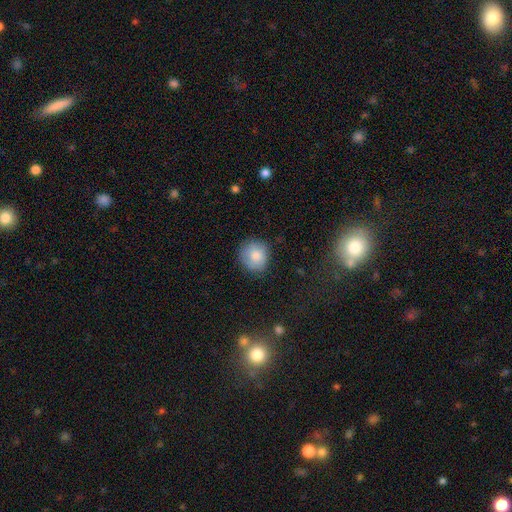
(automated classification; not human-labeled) The model was most divided on "merging": none: 80%, minor disturbance: 15%, major disturbance: 3%, merger: 1%. More confident: how rounded — round (88%); smooth or featured — smooth (82%).